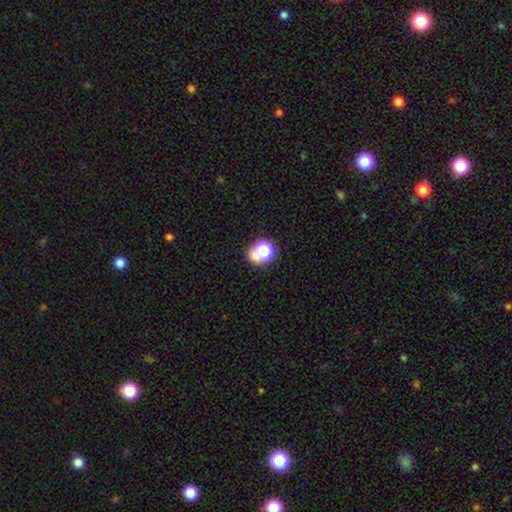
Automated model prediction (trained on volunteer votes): This is possibly a smooth galaxy (55%). How rounded: likely round (75%). Merging: possibly none (60%).